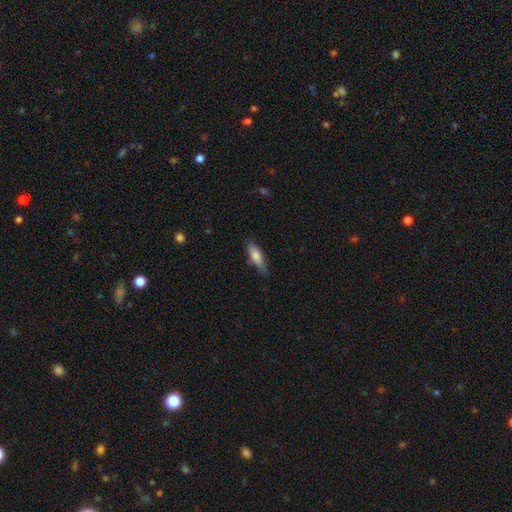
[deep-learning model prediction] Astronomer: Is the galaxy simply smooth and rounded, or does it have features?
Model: smooth — 77%.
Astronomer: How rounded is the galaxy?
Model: cigar-shaped — 56% (runner-up: in between, 43%).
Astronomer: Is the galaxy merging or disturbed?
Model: none — 72%.